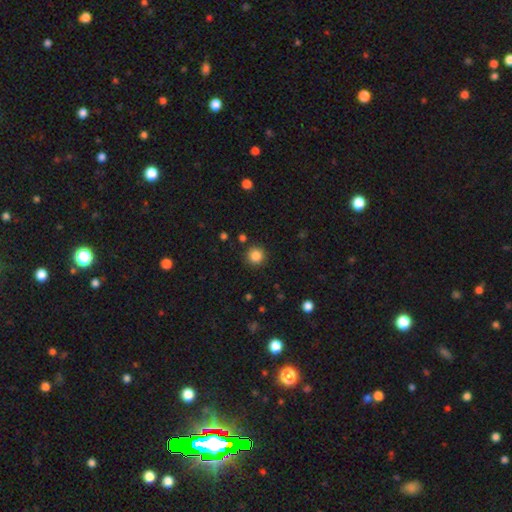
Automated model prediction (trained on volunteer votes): Smooth or featured?
  - smooth: 86% *
  - star or artifact: 11%
  - featured or disk: 3%
How rounded?
  - round: 94% *
  - in between: 5%
  - cigar-shaped: 1%
Merging?
  - none: 89% *
  - minor disturbance: 7%
  - major disturbance: 2%
  - merger: 2%